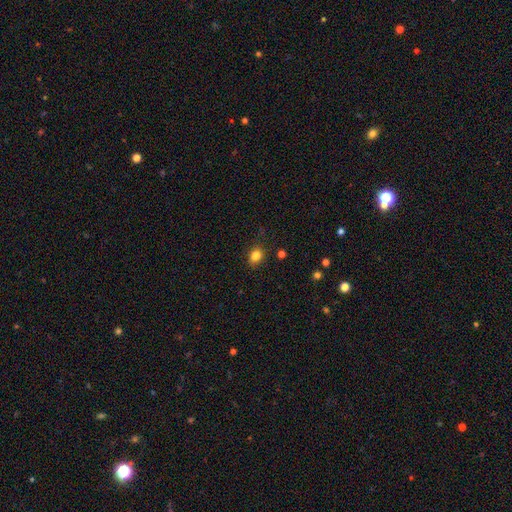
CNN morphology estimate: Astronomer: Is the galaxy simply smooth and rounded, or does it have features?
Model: smooth — 83%.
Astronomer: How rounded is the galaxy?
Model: in between — 58% (runner-up: round, 40%).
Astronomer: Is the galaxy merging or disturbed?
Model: none — 83%.